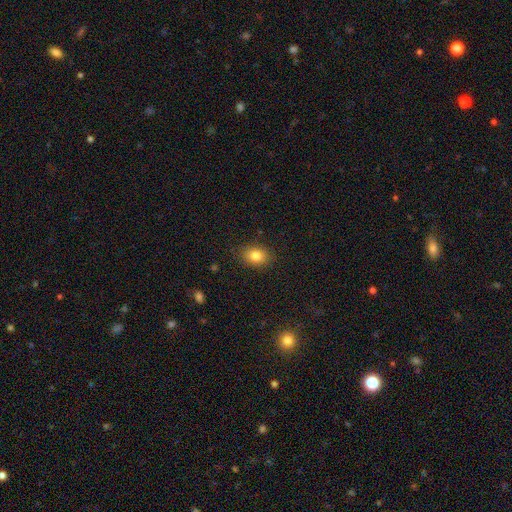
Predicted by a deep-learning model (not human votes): smooth-or-featured: smooth: 82% | star or artifact: 10% | featured or disk: 8%
  how-rounded: in between: 63% | round: 36% | cigar-shaped: 1%
  merging: none: 87% | minor disturbance: 9% | major disturbance: 2% | merger: 1%